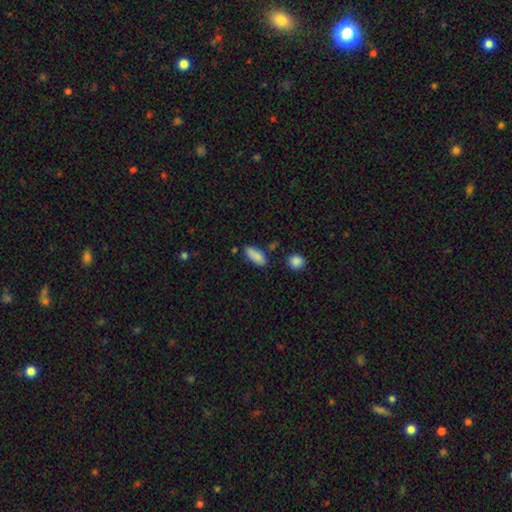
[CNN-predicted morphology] smooth-or-featured: smooth: 87% | star or artifact: 7% | featured or disk: 6%
  how-rounded: in between: 70% | cigar-shaped: 27% | round: 3%
  merging: none: 75% | minor disturbance: 16% | merger: 6% | major disturbance: 4%